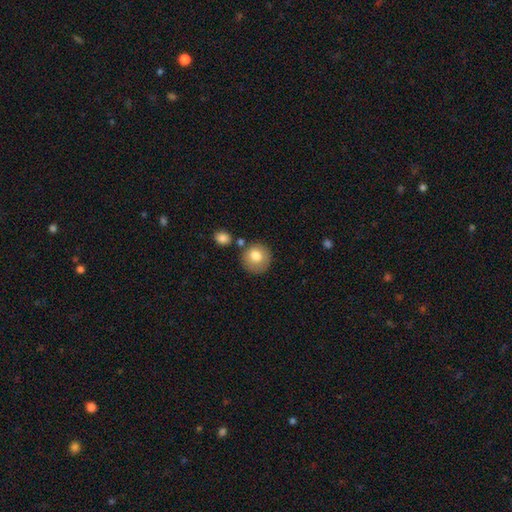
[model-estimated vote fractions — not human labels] Smooth or featured? smooth (78%)
How rounded? round (91%)
Merging? none (77%)